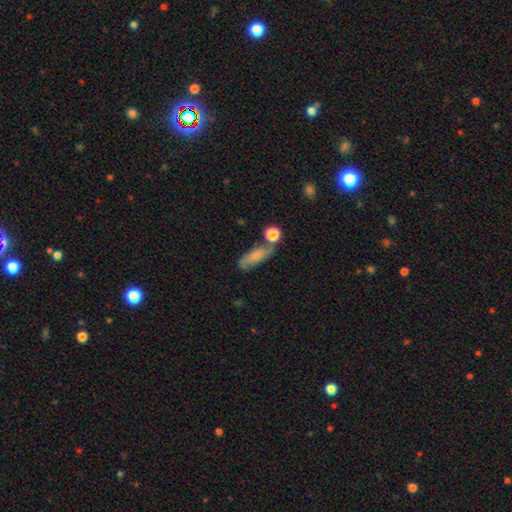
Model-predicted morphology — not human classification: Overall: smooth (57%; featured or disk 34%). How rounded: in between (63%; cigar-shaped 30%). Merging: none (48%; minor disturbance 22%).